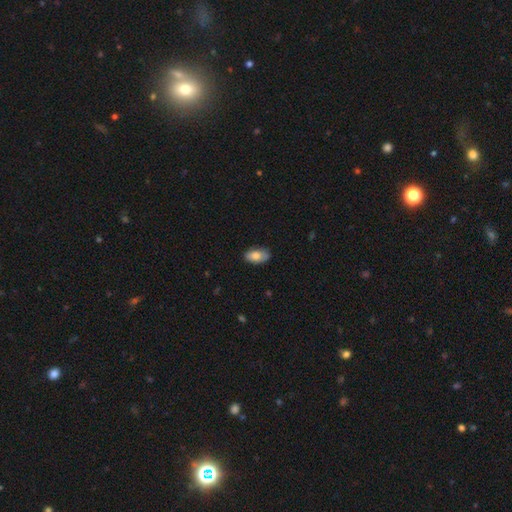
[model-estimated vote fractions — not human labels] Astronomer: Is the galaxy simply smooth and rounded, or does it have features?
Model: smooth — 80%.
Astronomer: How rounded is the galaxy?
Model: in between — 93%.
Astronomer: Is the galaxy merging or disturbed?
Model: none — 73%.